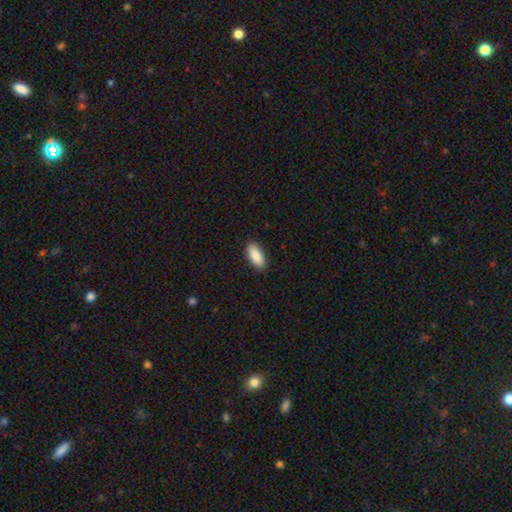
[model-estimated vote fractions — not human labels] A smooth galaxy with no disk features (89%) that is in between round and cigar-shaped (88%). Merging: none (90%).